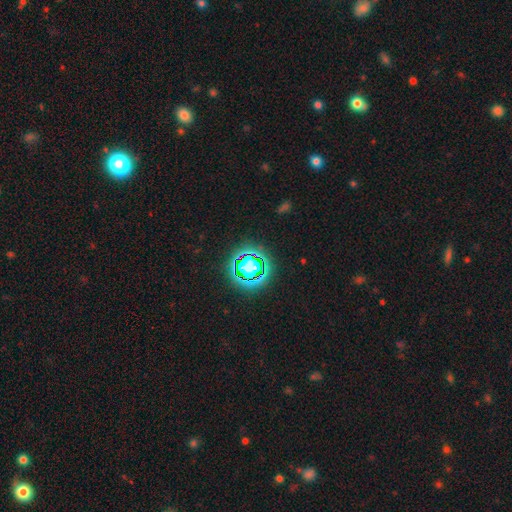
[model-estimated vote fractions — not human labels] star or artifact 79%, smooth 14%, featured or disk 7%.